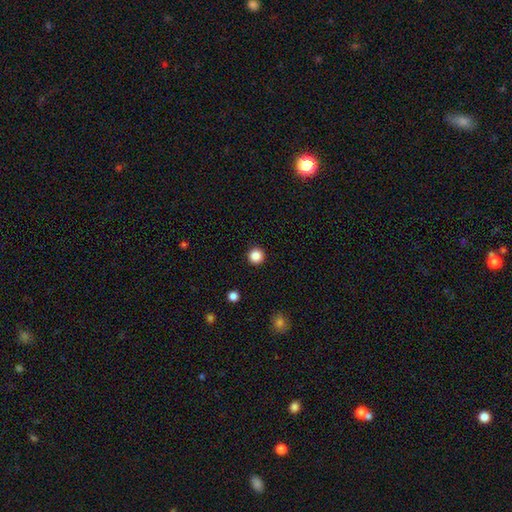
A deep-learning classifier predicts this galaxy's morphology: The model was most divided on "smooth or featured": smooth: 86%, star or artifact: 11%, featured or disk: 3%. More confident: how rounded — round (96%); merging — none (93%).